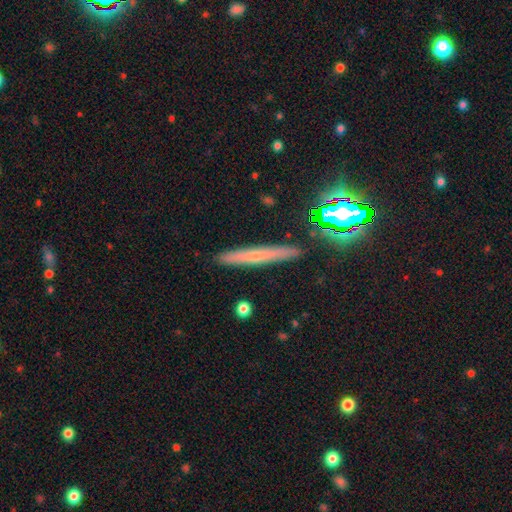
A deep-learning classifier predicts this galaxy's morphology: smooth 48%, featured or disk 39%, star or artifact 13%. Down the decision tree: merging — none (90%).